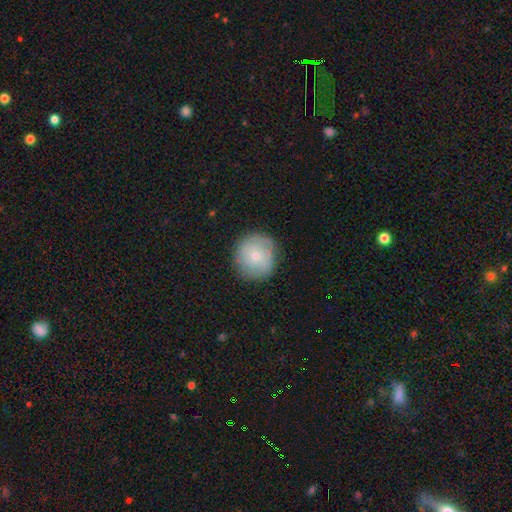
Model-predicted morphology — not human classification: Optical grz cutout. It shows a smooth galaxy with no disk features (62%) that is round (92%). Merging: none (82%).